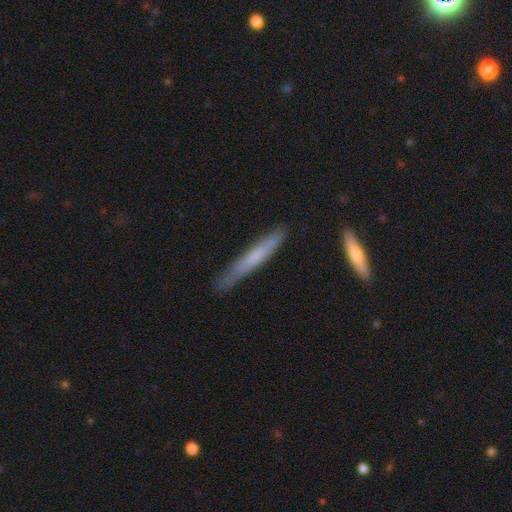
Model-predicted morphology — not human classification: type=smooth (57%); roundness=cigar-shaped (95%); merging=none (76%).